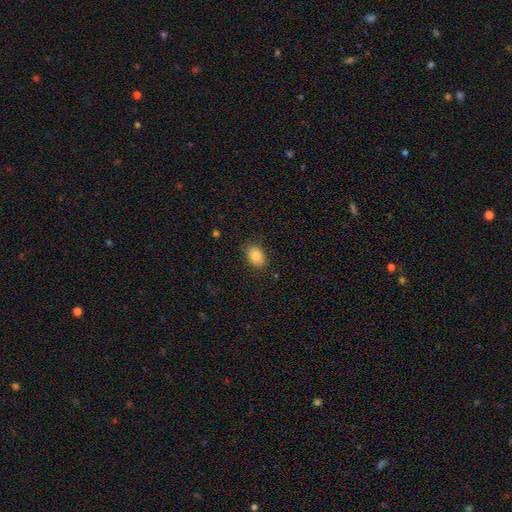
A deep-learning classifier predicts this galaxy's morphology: Smooth or featured: smooth — 85% (star or artifact — 8%)
How rounded: in between — 80% (round — 19%)
Merging: none — 84% (minor disturbance — 12%)